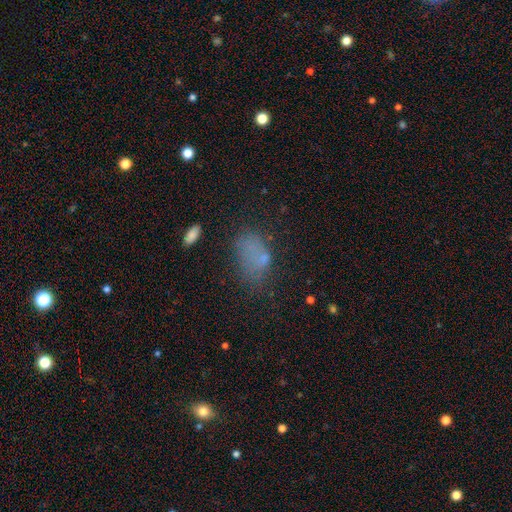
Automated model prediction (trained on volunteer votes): Smooth or featured?
  - smooth: 62% *
  - star or artifact: 19%
  - featured or disk: 18%
How rounded?
  - in between: 86% *
  - round: 11%
  - cigar-shaped: 3%
Merging?
  - none: 40% *
  - minor disturbance: 26%
  - major disturbance: 26%
  - merger: 9%